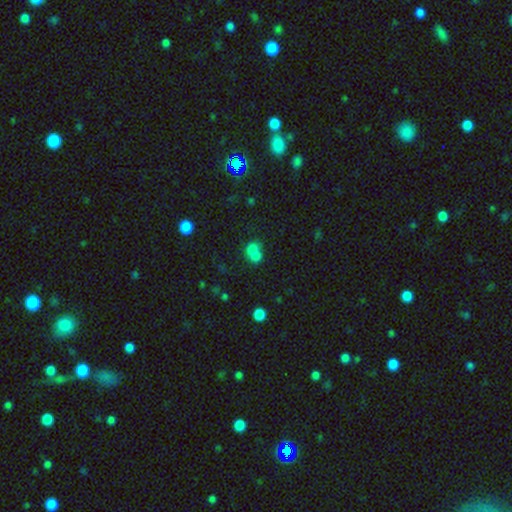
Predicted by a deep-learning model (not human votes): Smooth or featured? smooth (71%)
How rounded? round (52%)
Merging? merger (66%)